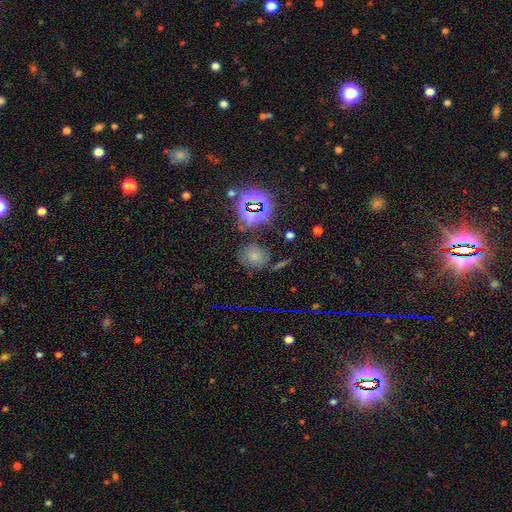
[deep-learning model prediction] Smooth or featured? smooth (56%)
How rounded? round (74%)
Merging? none (71%)